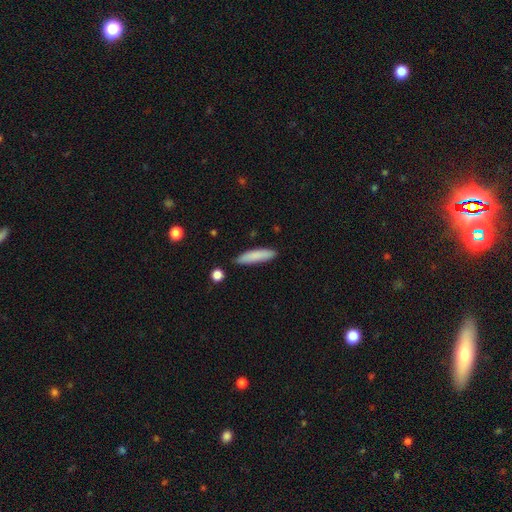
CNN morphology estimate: Smooth or featured? Predicted: smooth (p=0.84). How rounded? Predicted: cigar-shaped (p=0.81). Merging? Predicted: none (p=0.84).